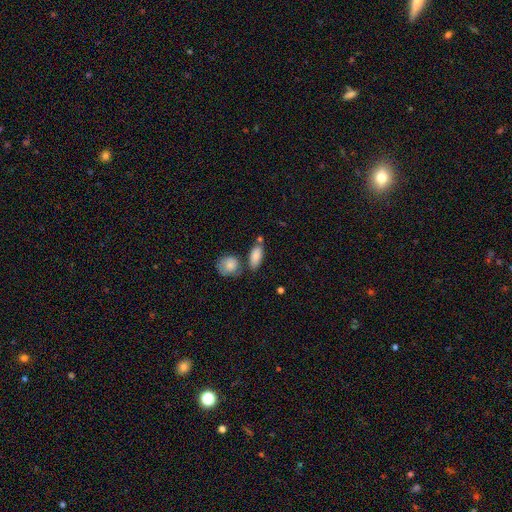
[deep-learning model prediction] Morphology: type=smooth (84%); roundness=in between (82%); merging=none (61%).